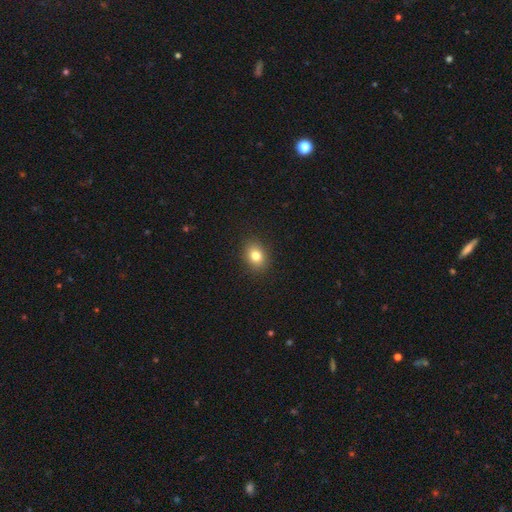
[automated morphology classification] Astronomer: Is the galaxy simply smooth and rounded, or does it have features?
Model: smooth — 81%.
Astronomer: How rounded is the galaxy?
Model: in between — 57% (runner-up: round, 42%).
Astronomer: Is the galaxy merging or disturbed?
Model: none — 89%.